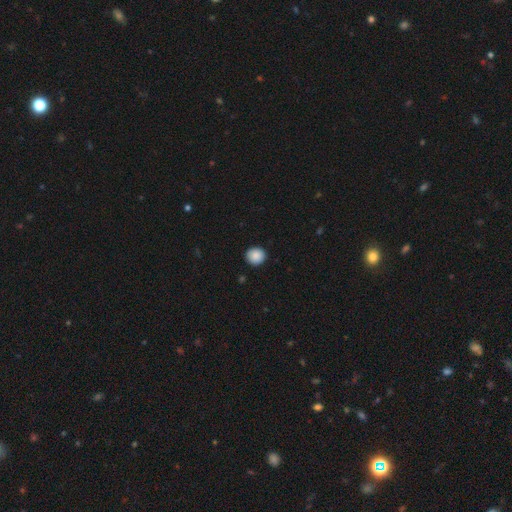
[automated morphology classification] Smooth or featured? Predicted: smooth (p=0.89). How rounded? Predicted: round (p=0.89). Merging? Predicted: none (p=0.91).